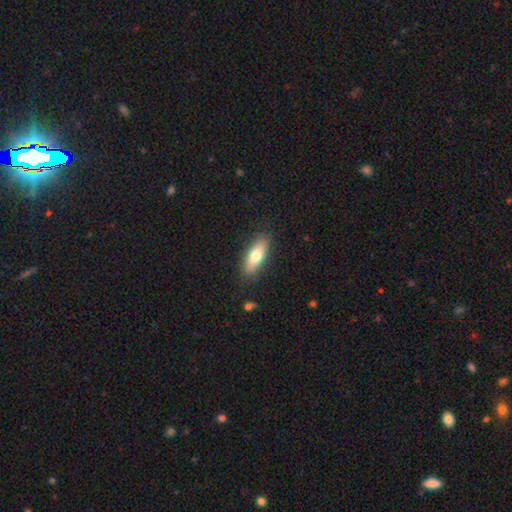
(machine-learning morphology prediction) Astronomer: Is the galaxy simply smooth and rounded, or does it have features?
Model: smooth — 71%.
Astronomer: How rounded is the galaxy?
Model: in between — 62%.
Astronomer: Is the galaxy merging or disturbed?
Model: none — 87%.